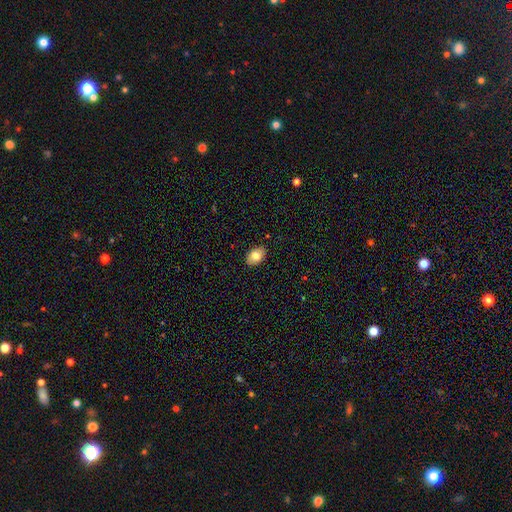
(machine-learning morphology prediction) A smooth galaxy with no disk features (78%) that is in between round and cigar-shaped (88%). Merging: none (87%).